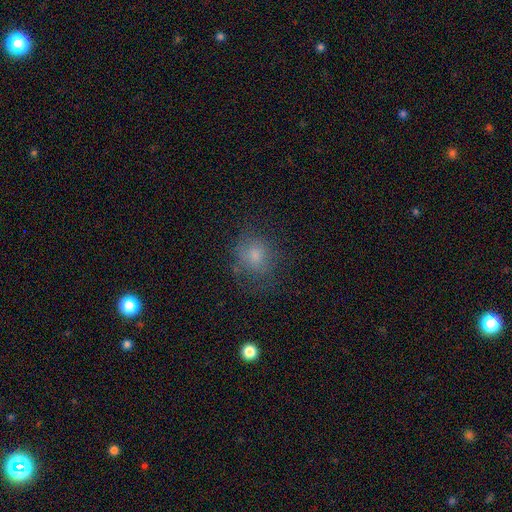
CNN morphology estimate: A smooth galaxy with no disk features (72%) that is round (73%). Merging: none (66%).